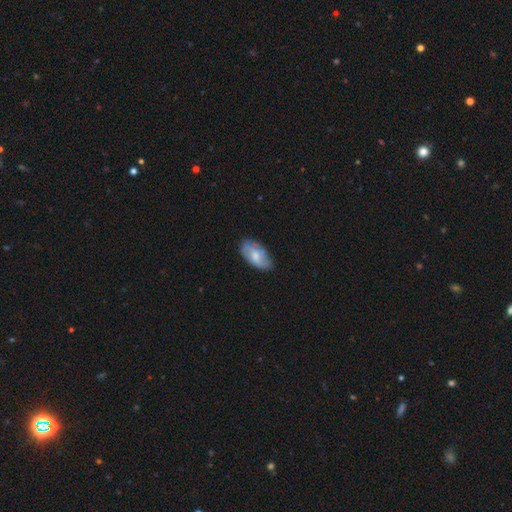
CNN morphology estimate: Smooth or featured? smooth (60%)
How rounded? in between (94%)
Merging? none (68%)